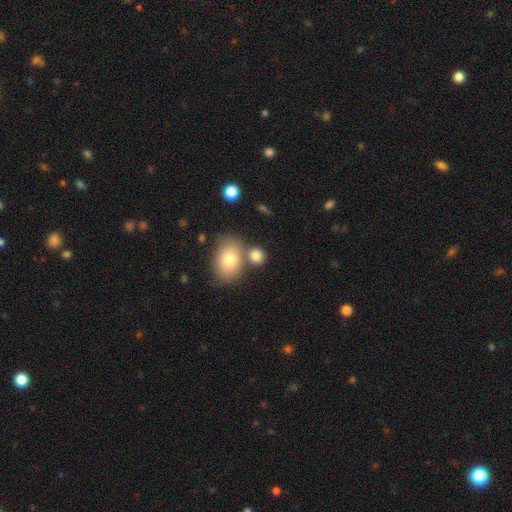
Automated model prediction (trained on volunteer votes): Smooth or featured? smooth (81%)
How rounded? round (62%)
Merging? none (59%)